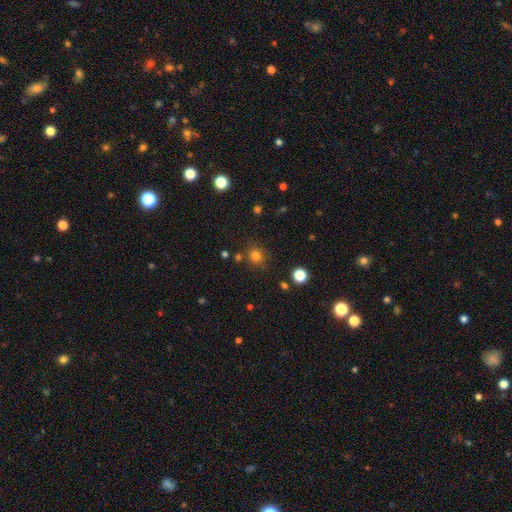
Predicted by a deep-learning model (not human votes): Smooth or featured? smooth (78%)
How rounded? round (90%)
Merging? none (82%)